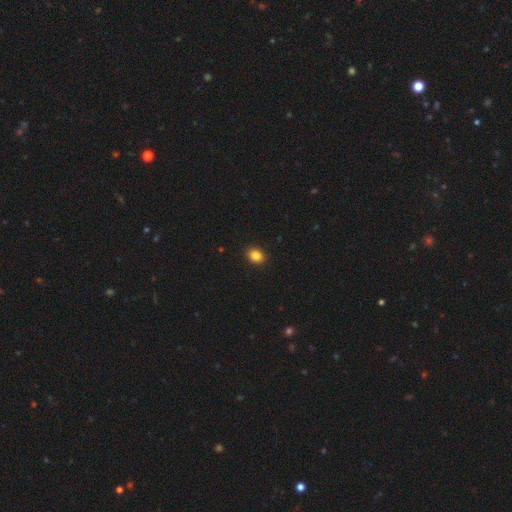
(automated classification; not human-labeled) A smooth galaxy with no disk features (86%) that is in between round and cigar-shaped (53%). Merging: none (92%).